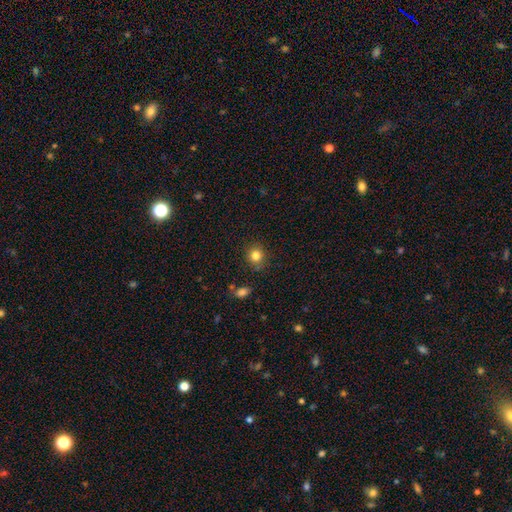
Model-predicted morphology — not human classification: This appears to be a smooth galaxy with no disk features (82%) that is round (86%). Merging: none (84%).